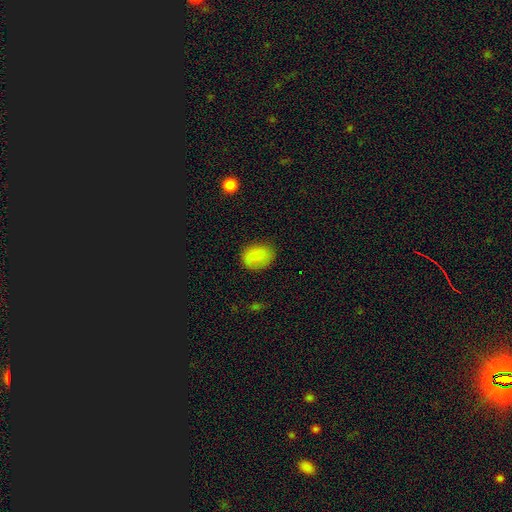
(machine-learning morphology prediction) Smooth or featured? smooth (80%)
How rounded? in between (71%)
Merging? none (70%)